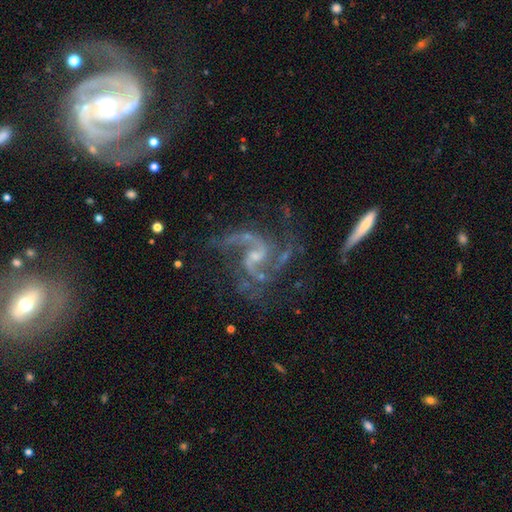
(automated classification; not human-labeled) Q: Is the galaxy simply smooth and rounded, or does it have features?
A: featured or disk — 91%.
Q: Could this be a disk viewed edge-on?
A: no — 98%.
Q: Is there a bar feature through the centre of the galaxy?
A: weak — 50%.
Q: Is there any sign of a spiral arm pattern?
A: yes — 98%.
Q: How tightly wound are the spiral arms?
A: medium — 53%.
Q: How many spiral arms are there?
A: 2 — 77%.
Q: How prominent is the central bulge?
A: small — 59%.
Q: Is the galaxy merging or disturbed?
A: none — 57%.